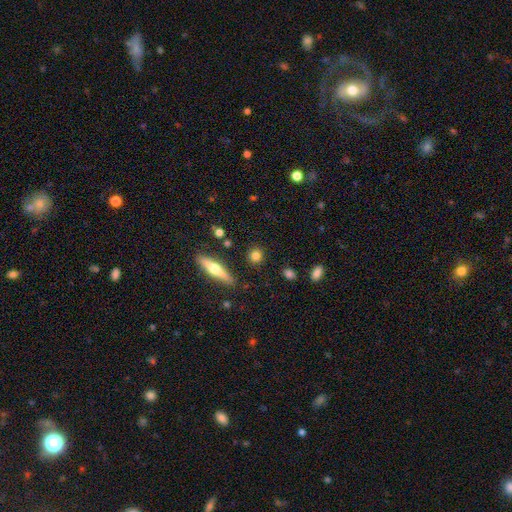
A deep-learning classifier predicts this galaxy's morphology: Smooth or featured?
  - smooth: 77% *
  - featured or disk: 14%
  - star or artifact: 9%
How rounded?
  - round: 77% *
  - in between: 16%
  - cigar-shaped: 7%
Merging?
  - none: 88% *
  - minor disturbance: 8%
  - major disturbance: 2%
  - merger: 2%